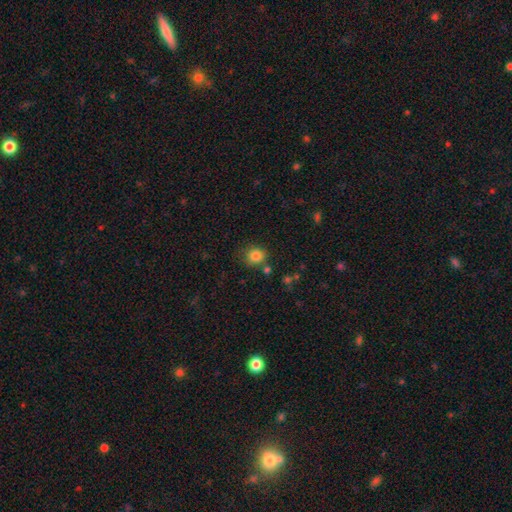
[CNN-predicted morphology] A smooth galaxy with no disk features (84%) that is round (84%). Merging: none (76%).